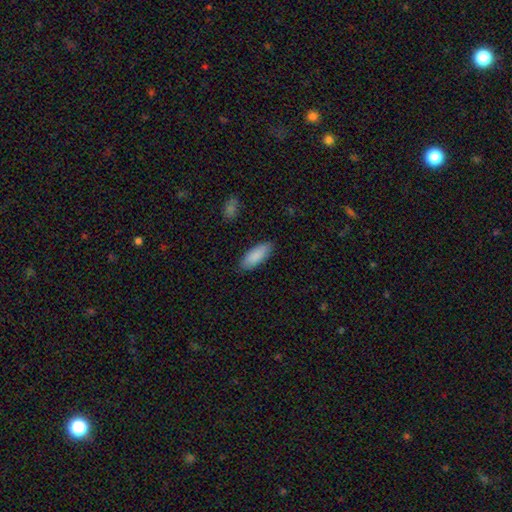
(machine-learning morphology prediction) This is clearly a smooth galaxy (89%). How rounded: likely in between (77%). Merging: clearly none (87%).